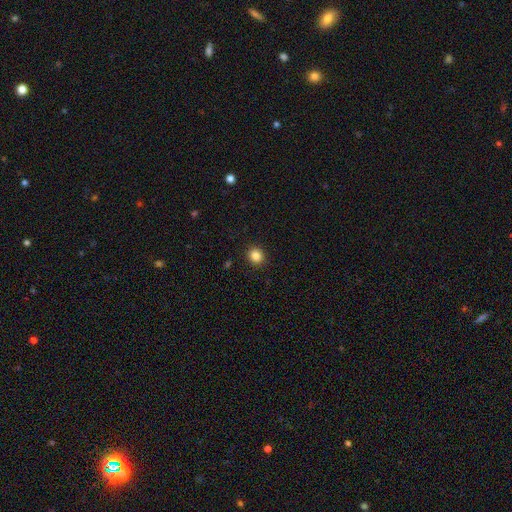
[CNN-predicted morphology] smooth-or-featured: smooth: 85% | star or artifact: 11% | featured or disk: 4%
  how-rounded: round: 82% | in between: 17% | cigar-shaped: 1%
  merging: none: 92% | minor disturbance: 6% | major disturbance: 2% | merger: 1%